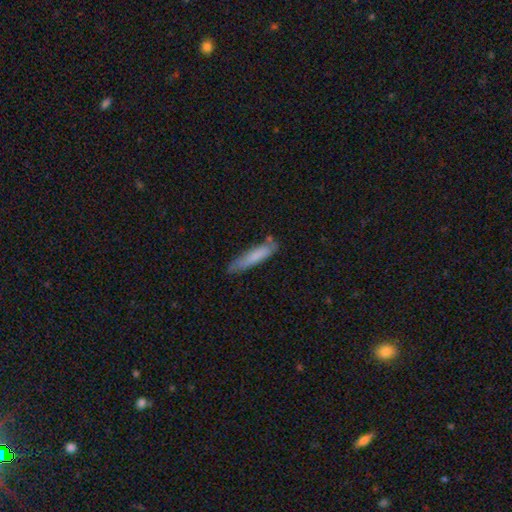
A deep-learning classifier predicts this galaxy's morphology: Smooth or featured? Predicted: smooth (p=0.74). How rounded? Predicted: cigar-shaped (p=0.84). Merging? Predicted: none (p=0.68).